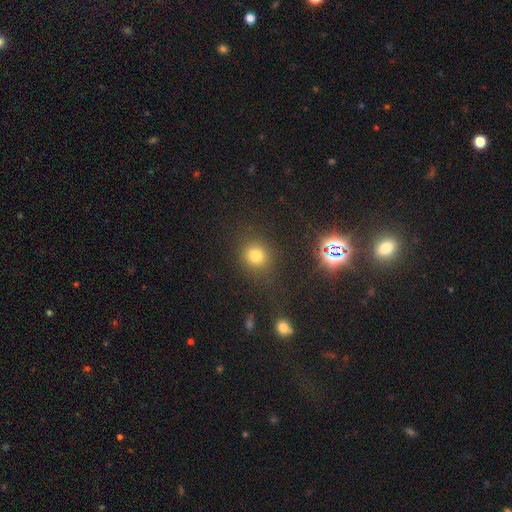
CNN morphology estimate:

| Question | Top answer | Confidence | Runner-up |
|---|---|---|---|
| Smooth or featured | smooth | 74% | star or artifact (19%) |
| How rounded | round | 83% | in between (16%) |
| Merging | none | 83% | minor disturbance (9%) |